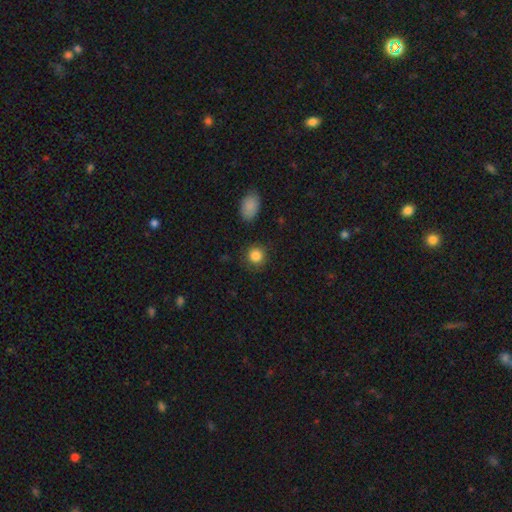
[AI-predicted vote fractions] Smooth or featured: smooth — 86% (star or artifact — 9%)
How rounded: round — 90% (in between — 9%)
Merging: none — 85% (minor disturbance — 10%)